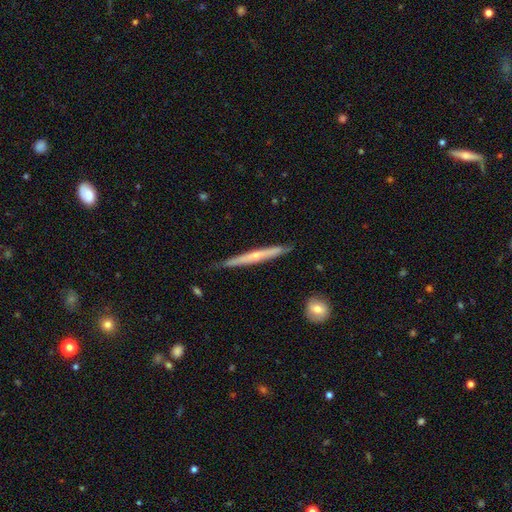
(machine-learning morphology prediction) featured or disk 62%, smooth 32%, star or artifact 6%. Down the decision tree: edge-on disk — yes (95%); edge-on bulge — rounded (56%); merging — none (83%).